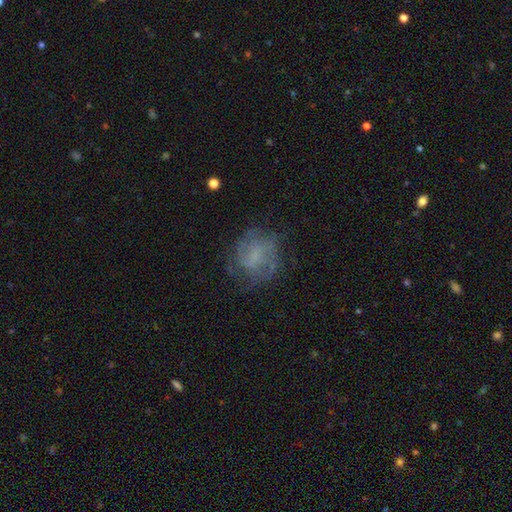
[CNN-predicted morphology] The model was most divided on "bar": no: 60%, weak: 34%, strong: 6%. More confident: edge-on disk — no (98%); spiral arms — yes (78%); merging — none (66%); smooth or featured — featured or disk (59%); bulge size — none (54%).